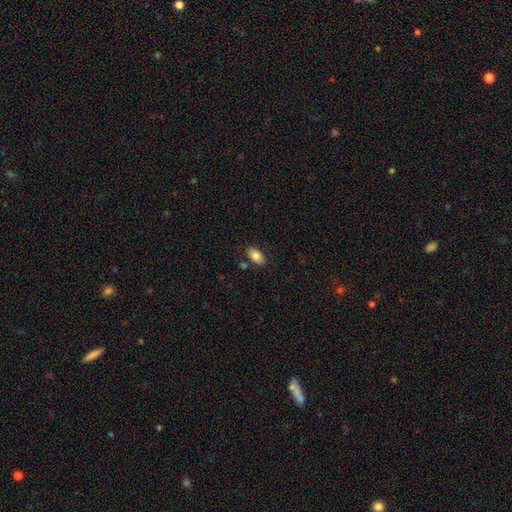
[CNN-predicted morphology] This is clearly a smooth galaxy (81%). How rounded: clearly in between (92%). Merging: clearly none (81%).